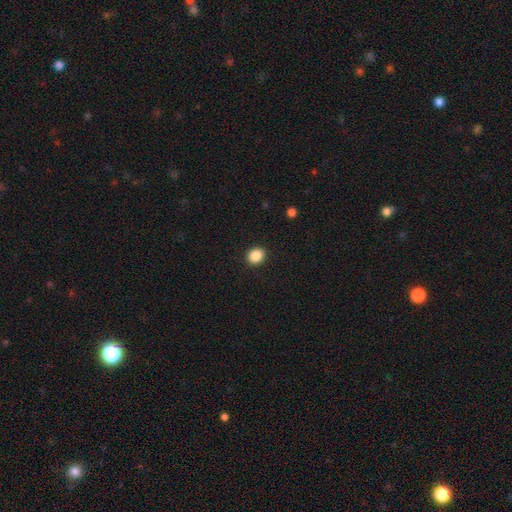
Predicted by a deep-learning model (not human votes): smooth_or_featured: smooth (p=0.87) [alt: star or artifact p=0.09]
how_rounded: round (p=0.65) [alt: in between p=0.34]
merging: none (p=0.91) [alt: minor disturbance p=0.06]